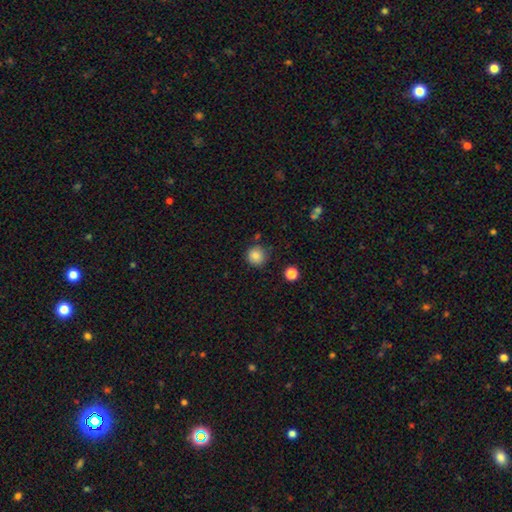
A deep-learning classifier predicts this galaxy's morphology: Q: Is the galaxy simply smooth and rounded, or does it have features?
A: smooth — 85%.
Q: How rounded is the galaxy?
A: round — 93%.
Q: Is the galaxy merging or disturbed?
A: none — 83%.